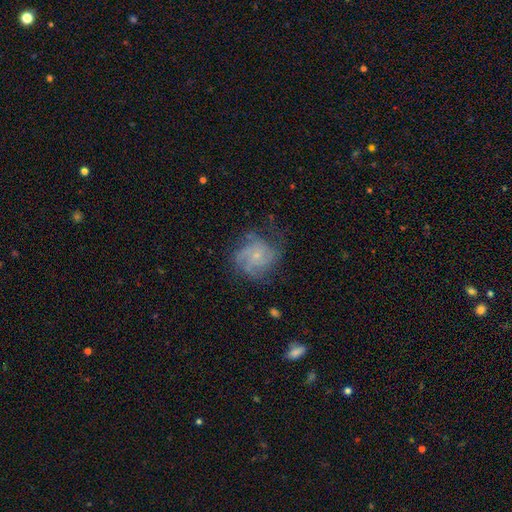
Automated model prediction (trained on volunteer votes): The model was most divided on "spiral arm count": can't tell: 29%, 3: 28%, 4: 18%, 2: 13%, more than 4: 6%, 1: 6%. Remaining: edge-on disk — no (98%); spiral arms — yes (91%); bar — no (78%); bulge size — small (78%); smooth or featured — featured or disk (73%); merging — none (59%); spiral winding — tight (49%).